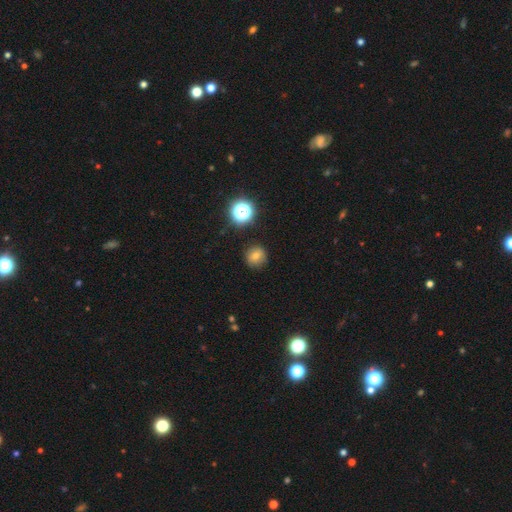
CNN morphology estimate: smooth_or_featured: smooth (p=0.73) [alt: star or artifact p=0.16]
how_rounded: round (p=0.89) [alt: in between p=0.10]
merging: none (p=0.87) [alt: minor disturbance p=0.09]